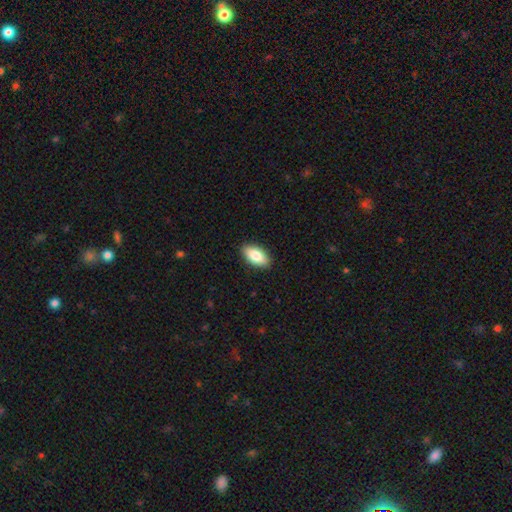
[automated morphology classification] smooth_or_featured: smooth (p=0.83) [alt: featured or disk p=0.11]
how_rounded: in between (p=0.91) [alt: cigar-shaped p=0.06]
merging: none (p=0.89) [alt: minor disturbance p=0.08]